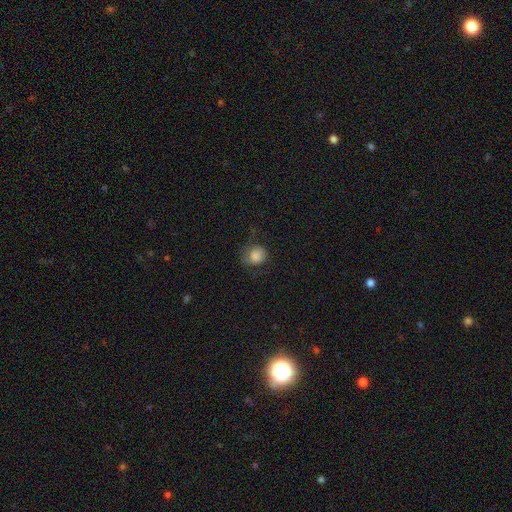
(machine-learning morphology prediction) Smooth or featured? smooth (79%)
How rounded? round (68%)
Merging? none (55%)